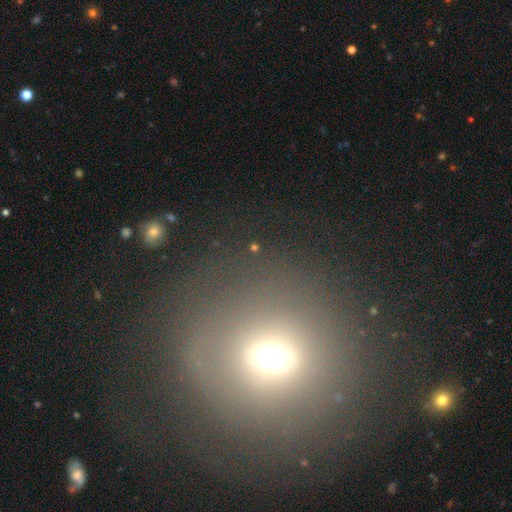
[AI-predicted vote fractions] smooth 54%, star or artifact 25%, featured or disk 22%. Down the decision tree: how rounded — round (86%); merging — none (78%).